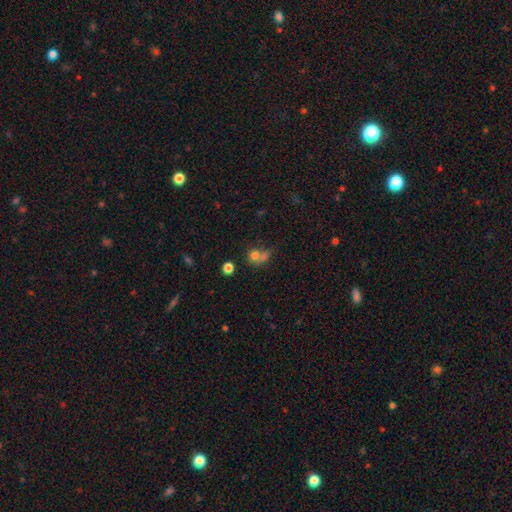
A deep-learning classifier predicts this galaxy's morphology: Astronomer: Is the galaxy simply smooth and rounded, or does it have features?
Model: smooth — 73%.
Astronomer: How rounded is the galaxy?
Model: round — 75%.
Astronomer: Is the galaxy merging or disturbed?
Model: merger — 41% (runner-up: none, 35%).